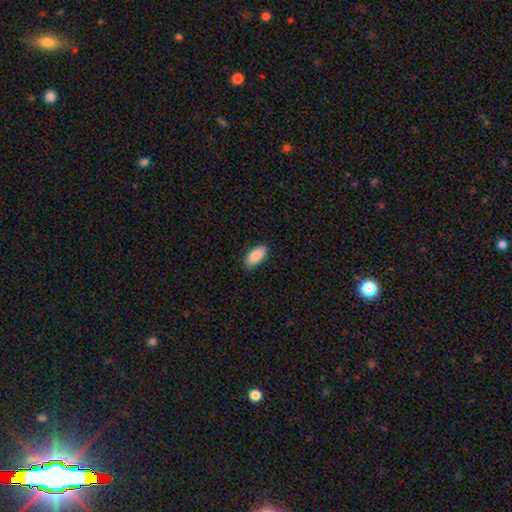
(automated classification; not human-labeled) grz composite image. It shows a smooth galaxy with no disk features (90%) that is in between round and cigar-shaped (91%). Merging: none (87%).